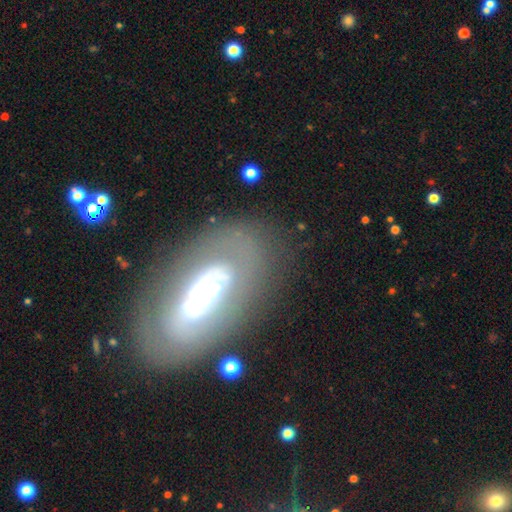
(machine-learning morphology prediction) The model was most divided on "bulge size": large: 39%, moderate: 34%, small: 15%, dominant: 8%, none: 5%. More confident: edge-on disk — no (87%); merging — none (77%); smooth or featured — featured or disk (64%); bar — no (53%); spiral arms — no (52%).